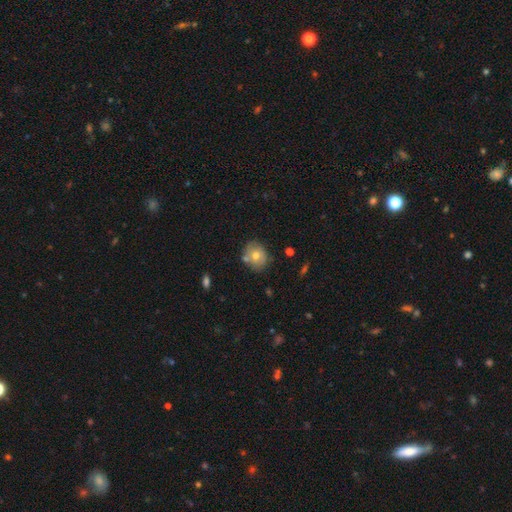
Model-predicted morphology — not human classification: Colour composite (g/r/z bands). It shows a smooth galaxy with no disk features (67%) that is round (66%). Merging: none (69%).